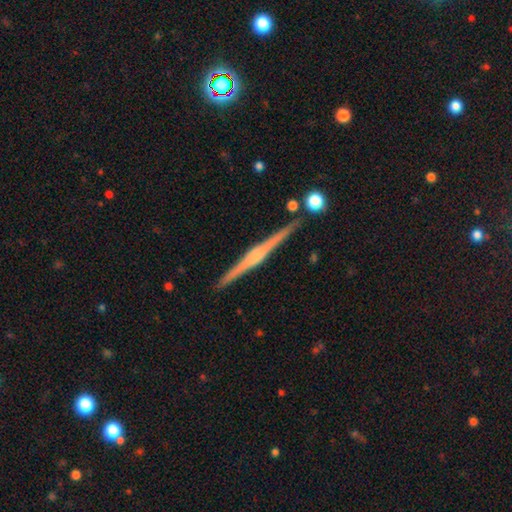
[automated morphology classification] This appears to be a featured or disk galaxy (81%) viewed edge-on (99%) with a rounded central bulge (68%). Merging: none (90%).